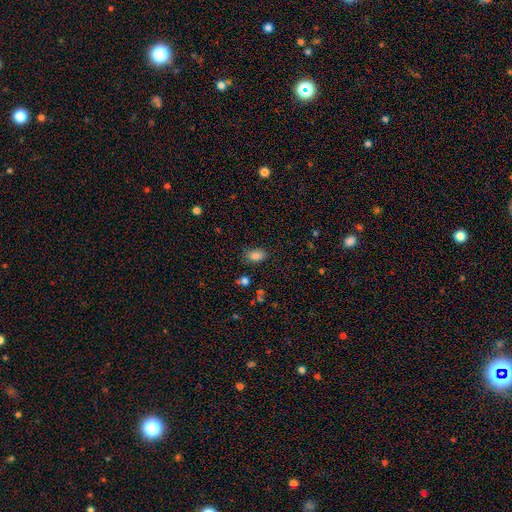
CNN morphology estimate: Smooth or featured? smooth (82%)
How rounded? in between (83%)
Merging? none (80%)